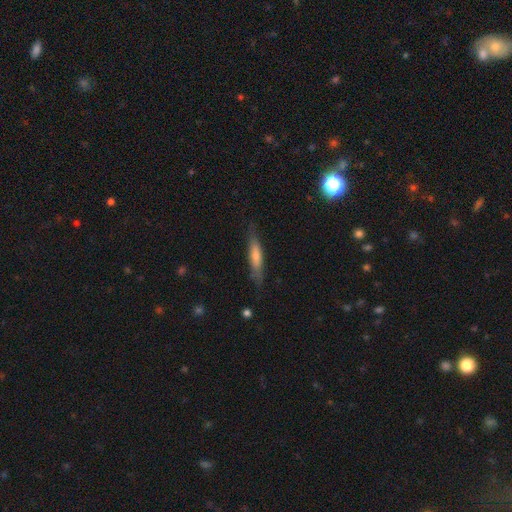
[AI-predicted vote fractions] This is possibly a smooth galaxy (48%). Merging: clearly none (84%).